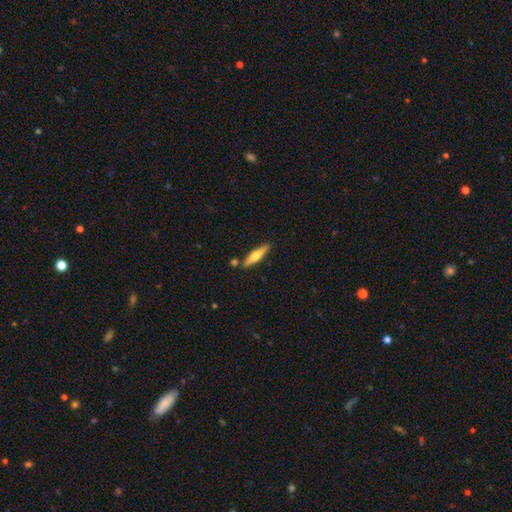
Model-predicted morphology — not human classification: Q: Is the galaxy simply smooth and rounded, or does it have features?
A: featured or disk — 50%.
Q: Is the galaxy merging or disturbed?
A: none — 85%.